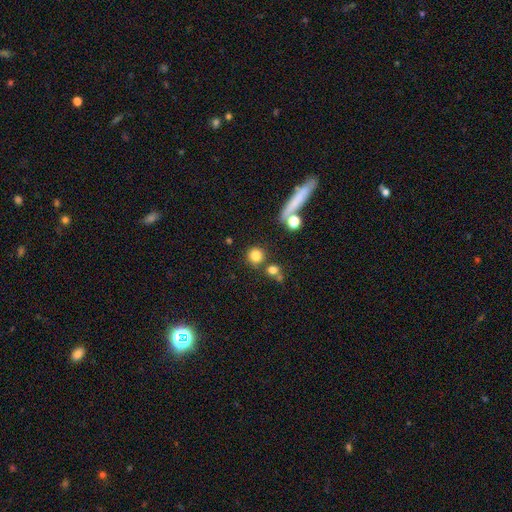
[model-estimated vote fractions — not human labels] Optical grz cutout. It shows a smooth galaxy with no disk features (80%) that is round (91%). Merging: none (77%).